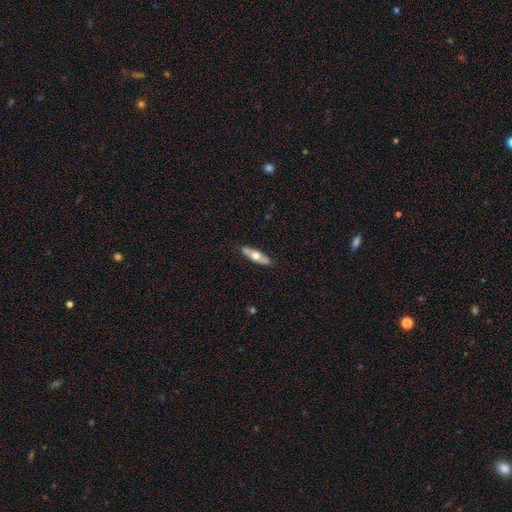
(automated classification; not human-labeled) Q: Smooth or featured?
A: smooth (51%); runner-up: featured or disk (44%)
Q: How rounded?
A: cigar-shaped (51%); runner-up: in between (47%)
Q: Merging?
A: none (85%); runner-up: minor disturbance (11%)